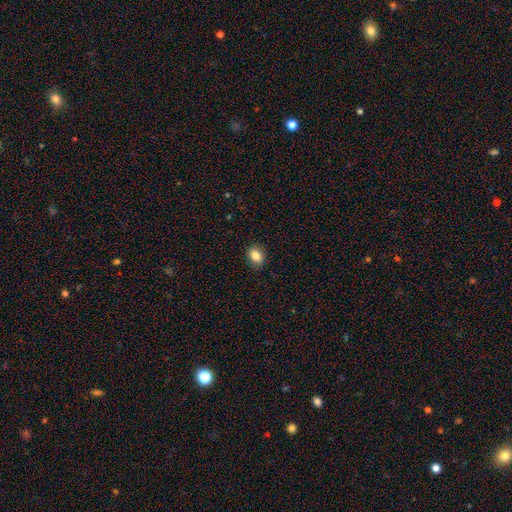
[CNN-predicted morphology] Smooth or featured? smooth (85%)
How rounded? in between (73%)
Merging? none (88%)